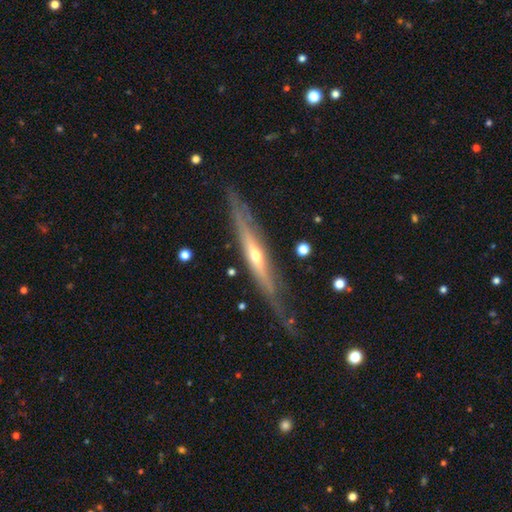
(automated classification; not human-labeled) Morphology: type=featured or disk (77%); edge-on=yes (87%); edge-on bulge=rounded (73%); merging=none (75%).